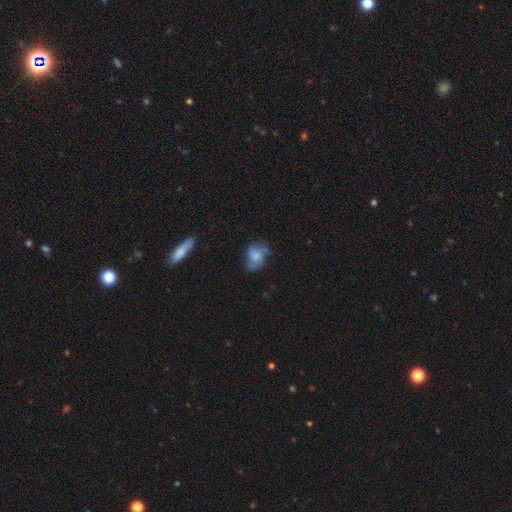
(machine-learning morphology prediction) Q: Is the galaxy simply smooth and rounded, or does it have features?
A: smooth — 52%.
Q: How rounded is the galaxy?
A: in between — 68%.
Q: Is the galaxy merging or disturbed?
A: none — 50%.